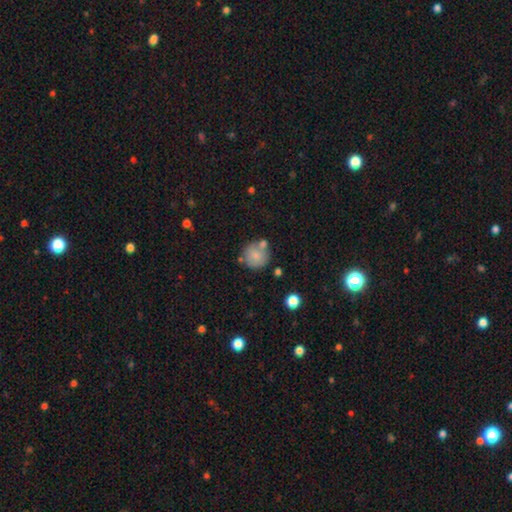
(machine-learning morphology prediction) The model was most divided on "merging": none: 63%, merger: 17%, minor disturbance: 15%, major disturbance: 5%. More confident: how rounded — round (91%); smooth or featured — smooth (76%).